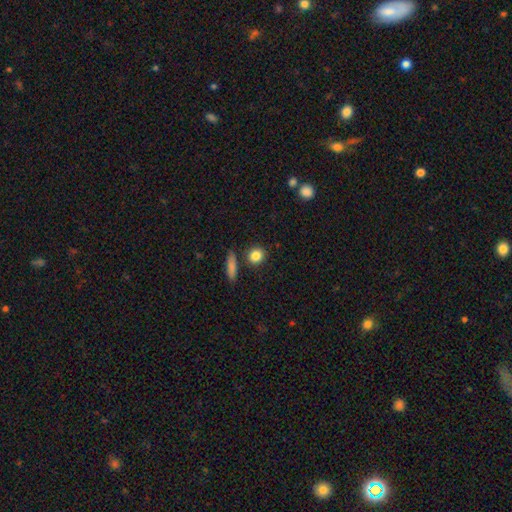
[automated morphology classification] Smooth or featured? smooth (85%)
How rounded? round (78%)
Merging? none (83%)